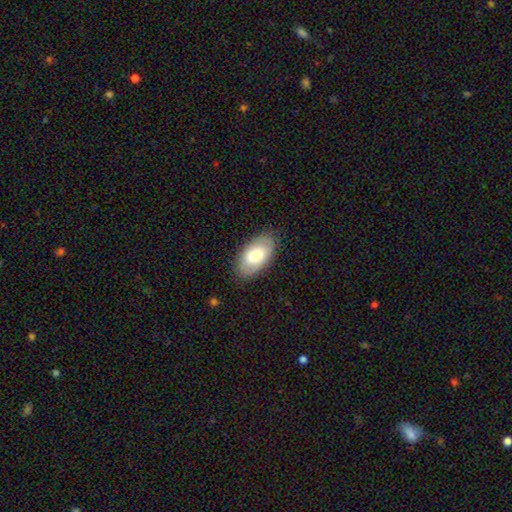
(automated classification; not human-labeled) Smooth or featured?
  - smooth: 74% *
  - featured or disk: 20%
  - star or artifact: 6%
How rounded?
  - in between: 95% *
  - round: 3%
  - cigar-shaped: 2%
Merging?
  - none: 83% *
  - minor disturbance: 13%
  - major disturbance: 3%
  - merger: 1%